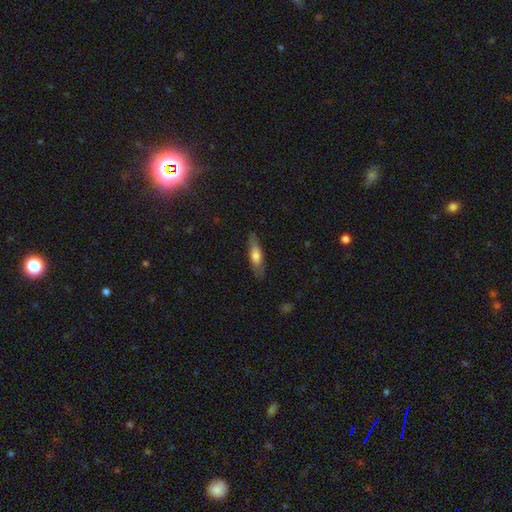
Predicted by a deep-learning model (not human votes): Smooth or featured: smooth — 62% (featured or disk — 32%)
How rounded: cigar-shaped — 67% (in between — 31%)
Merging: none — 83% (minor disturbance — 13%)